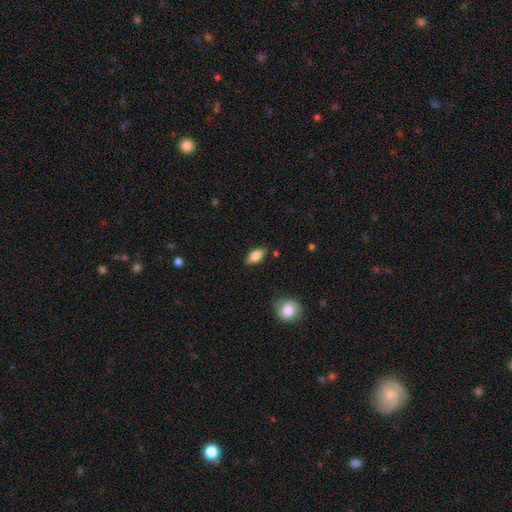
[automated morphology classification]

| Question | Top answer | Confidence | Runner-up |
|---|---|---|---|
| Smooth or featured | smooth | 76% | featured or disk (17%) |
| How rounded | in between | 86% | cigar-shaped (10%) |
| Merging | none | 84% | minor disturbance (12%) |